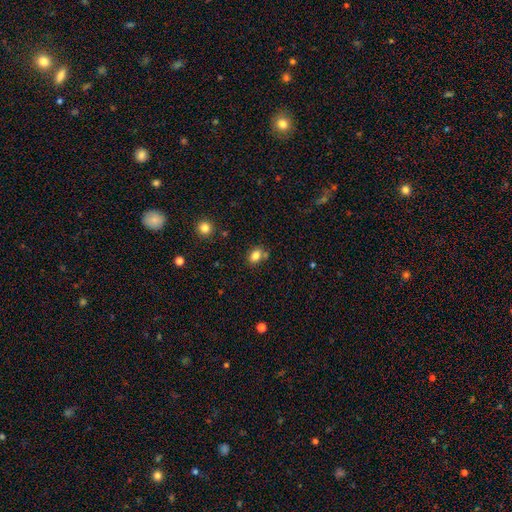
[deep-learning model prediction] Overall: smooth (82%). How rounded: in between (66%; round 33%). Merging: none (69%).